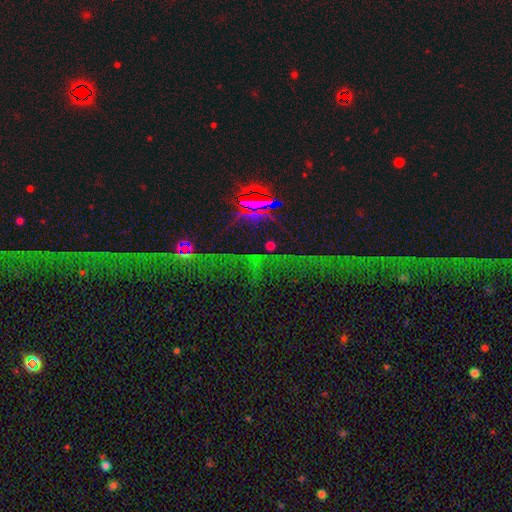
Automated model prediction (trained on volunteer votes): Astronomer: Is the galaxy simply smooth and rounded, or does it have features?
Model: star or artifact — 80%.